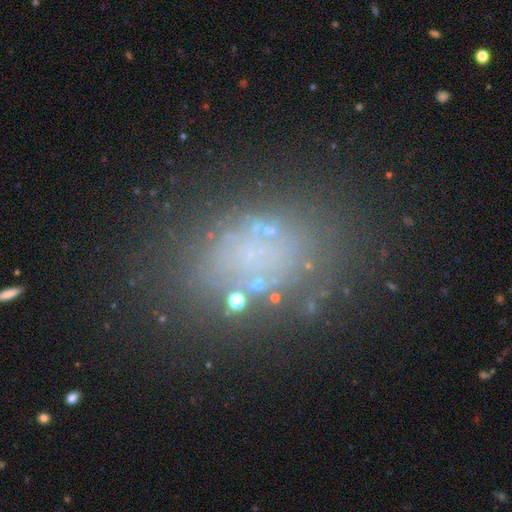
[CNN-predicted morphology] A smooth galaxy with no disk features (39%). Merging: none (64%).